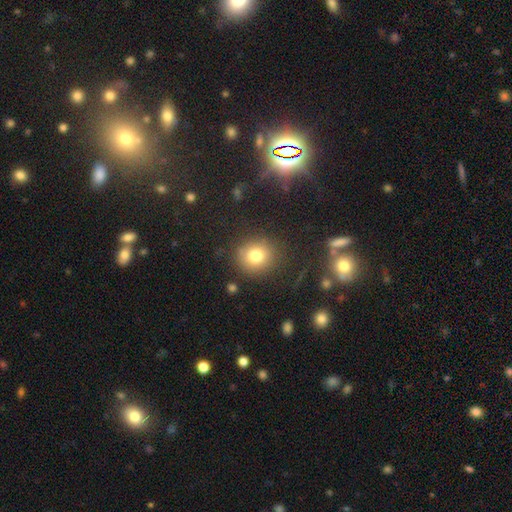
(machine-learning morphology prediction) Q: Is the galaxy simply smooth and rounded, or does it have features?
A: smooth — 78%.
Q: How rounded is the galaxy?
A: round — 83%.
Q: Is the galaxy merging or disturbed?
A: none — 85%.